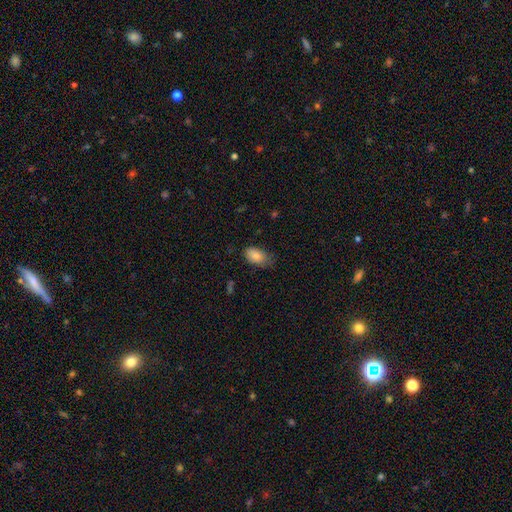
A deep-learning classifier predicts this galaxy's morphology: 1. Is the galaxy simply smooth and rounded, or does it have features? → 84% smooth, 8% featured or disk, 8% star or artifact.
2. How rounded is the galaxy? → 91% in between, 7% round, 2% cigar-shaped.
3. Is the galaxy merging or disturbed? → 60% none, 32% minor disturbance, 7% major disturbance, 1% merger.